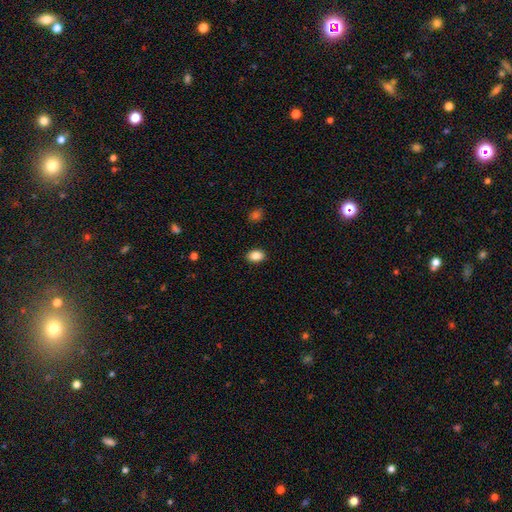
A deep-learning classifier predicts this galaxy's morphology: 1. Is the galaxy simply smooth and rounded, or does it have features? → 88% smooth, 8% star or artifact, 4% featured or disk.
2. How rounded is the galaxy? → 83% in between, 15% round, 1% cigar-shaped.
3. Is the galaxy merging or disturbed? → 90% none, 7% minor disturbance, 2% major disturbance, 1% merger.